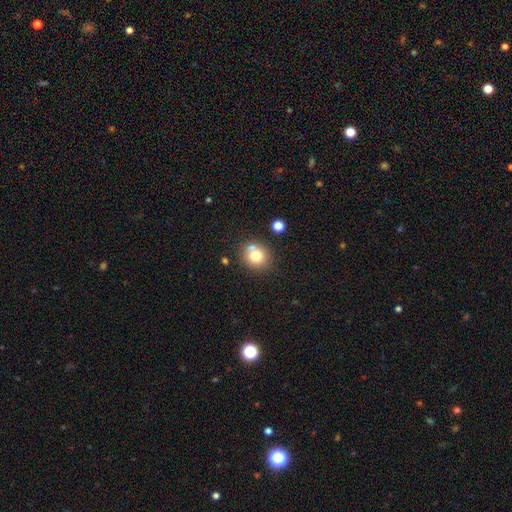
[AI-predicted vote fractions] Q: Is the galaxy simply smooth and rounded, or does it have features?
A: smooth — 75%.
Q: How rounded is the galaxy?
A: round — 82%.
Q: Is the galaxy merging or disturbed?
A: none — 68%.